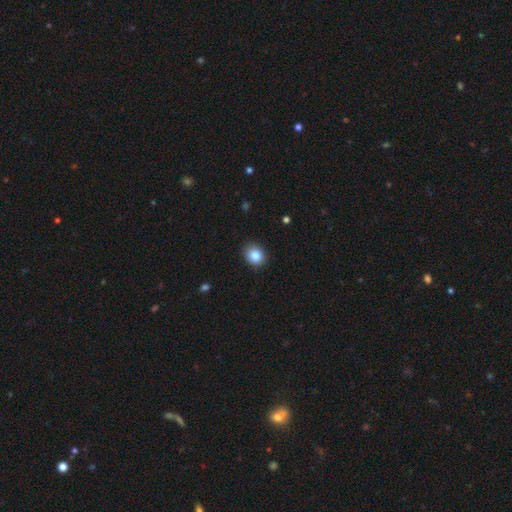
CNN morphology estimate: Smooth or featured: smooth — 84% (star or artifact — 10%)
How rounded: round — 67% (in between — 32%)
Merging: none — 88% (minor disturbance — 9%)